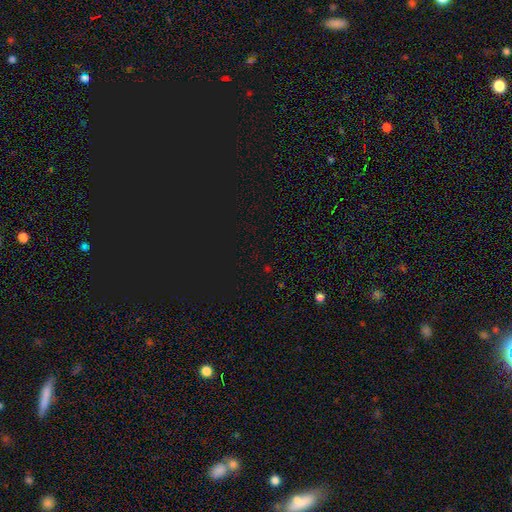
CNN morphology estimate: A star or artifact, not a galaxy (71%).

Vote fractions:
- Smooth or featured? star or artifact: 71% / smooth: 22% / featured or disk: 6%